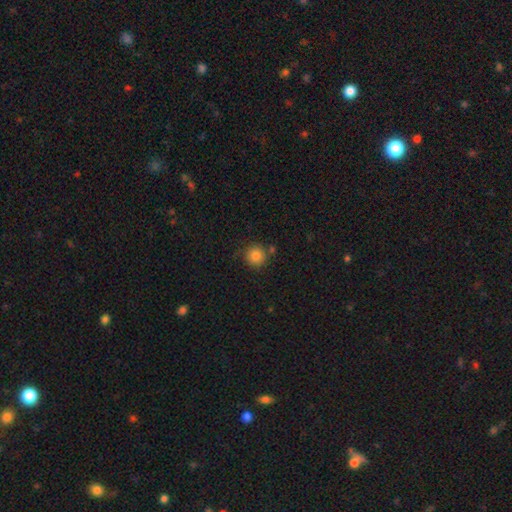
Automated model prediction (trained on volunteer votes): This is clearly a smooth galaxy (84%). How rounded: clearly round (94%). Merging: likely none (78%).